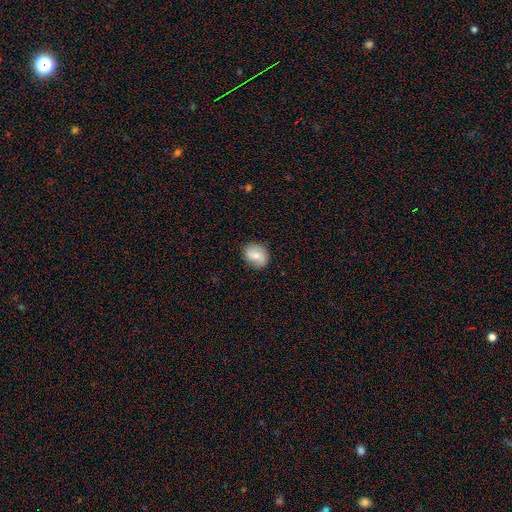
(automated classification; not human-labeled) This is likely a smooth galaxy (67%). How rounded: possibly round (49%, tied with in between). Merging: likely none (79%).